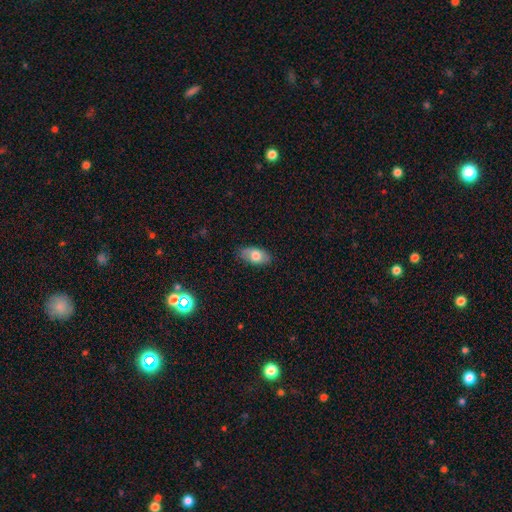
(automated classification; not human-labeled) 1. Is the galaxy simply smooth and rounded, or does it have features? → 73% smooth, 20% featured or disk, 7% star or artifact.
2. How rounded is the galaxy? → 91% in between, 5% round, 3% cigar-shaped.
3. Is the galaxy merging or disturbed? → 81% none, 15% minor disturbance, 3% major disturbance, 1% merger.